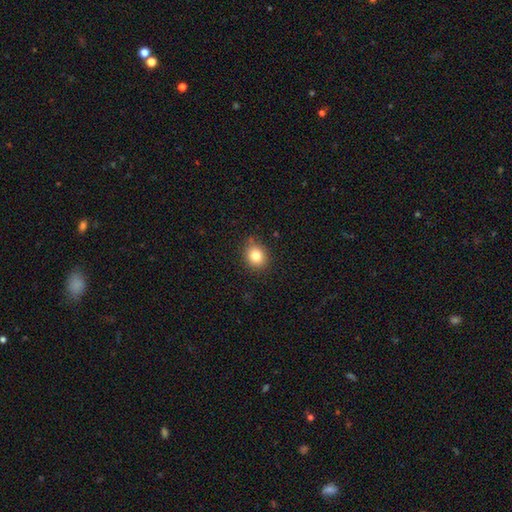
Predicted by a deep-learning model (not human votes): Smooth or featured: smooth — 81% (star or artifact — 11%)
How rounded: round — 69% (in between — 31%)
Merging: none — 84% (minor disturbance — 12%)